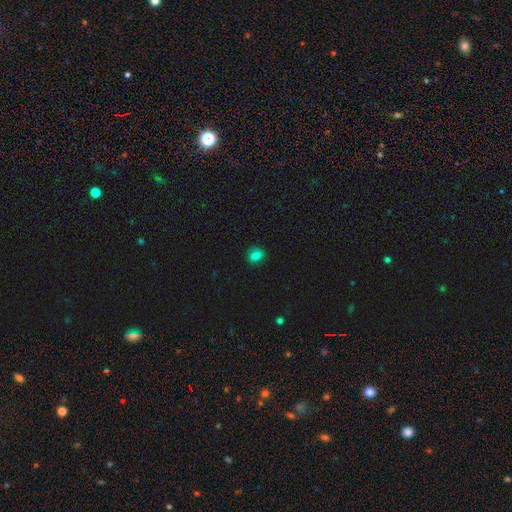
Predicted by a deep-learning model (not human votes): Q: Smooth or featured?
A: smooth (79%); runner-up: star or artifact (13%)
Q: How rounded?
A: round (60%); runner-up: in between (39%)
Q: Merging?
A: none (86%); runner-up: minor disturbance (11%)